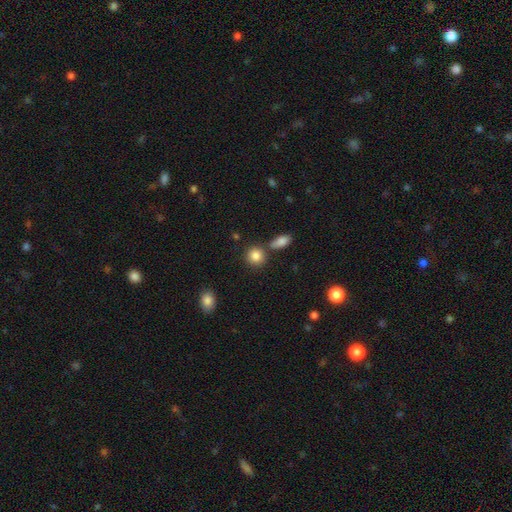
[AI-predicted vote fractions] Smooth or featured? smooth (86%)
How rounded? round (82%)
Merging? none (72%)